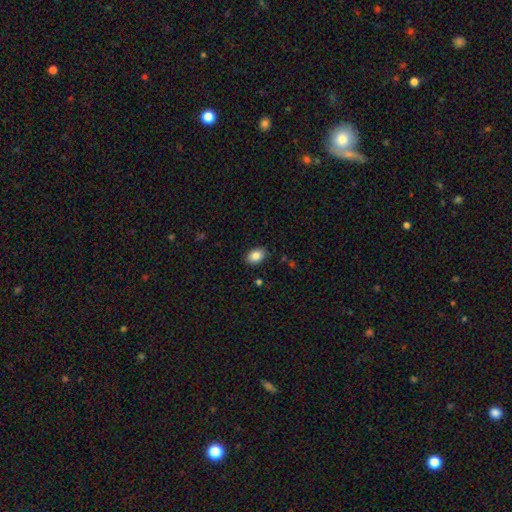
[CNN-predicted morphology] type=smooth (86%); roundness=in between (80%); merging=none (88%).